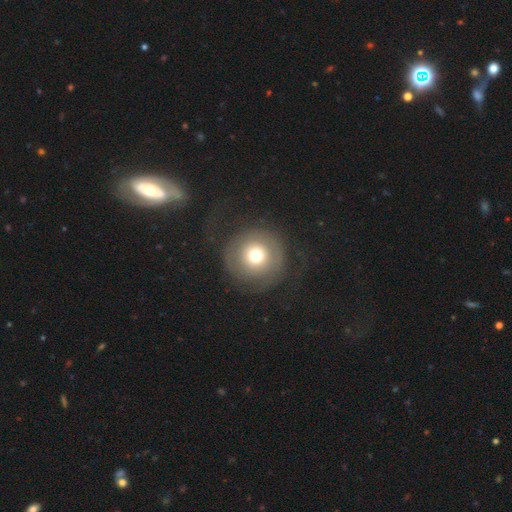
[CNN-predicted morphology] Smooth or featured: smooth — 59% (featured or disk — 30%)
How rounded: round — 95% (in between — 4%)
Merging: none — 66% (major disturbance — 20%)